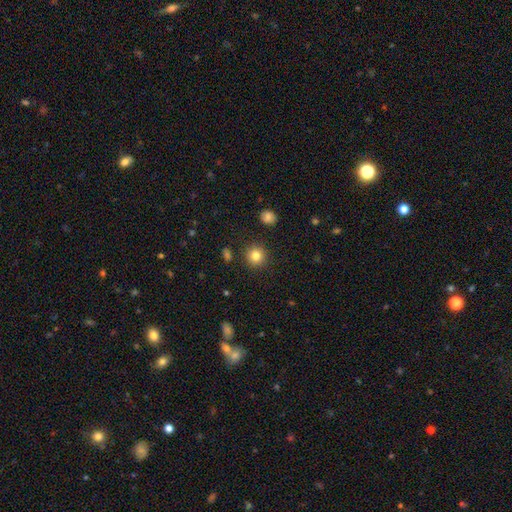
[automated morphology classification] smooth 82%, star or artifact 11%, featured or disk 6%. Down the decision tree: how rounded — round (93%); merging — none (90%).